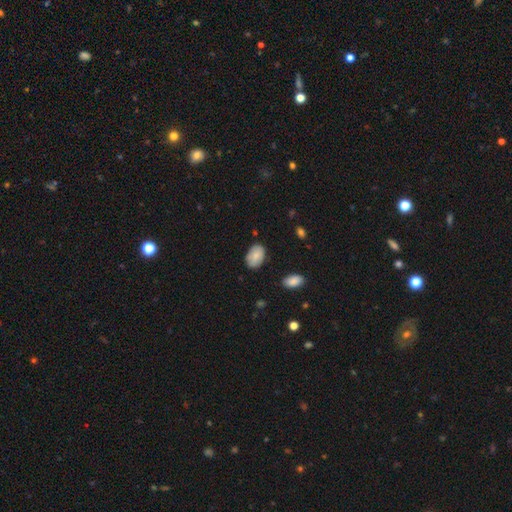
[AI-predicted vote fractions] Q: Smooth or featured?
A: smooth (81%); runner-up: featured or disk (12%)
Q: How rounded?
A: in between (89%); runner-up: round (10%)
Q: Merging?
A: none (76%); runner-up: minor disturbance (19%)